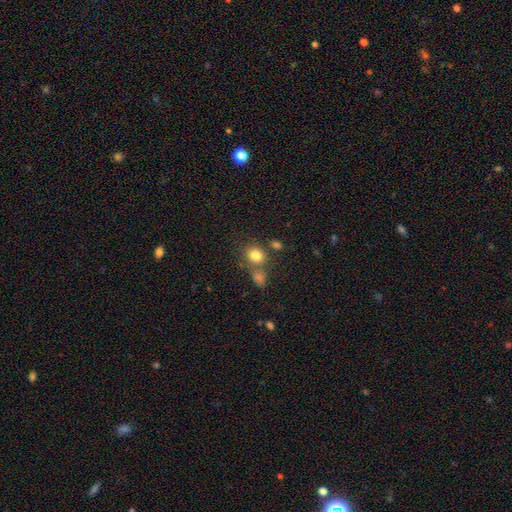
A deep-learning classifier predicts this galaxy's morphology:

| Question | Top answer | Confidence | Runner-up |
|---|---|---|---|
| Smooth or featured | smooth | 81% | star or artifact (12%) |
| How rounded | round | 77% | in between (22%) |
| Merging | none | 61% | merger (24%) |